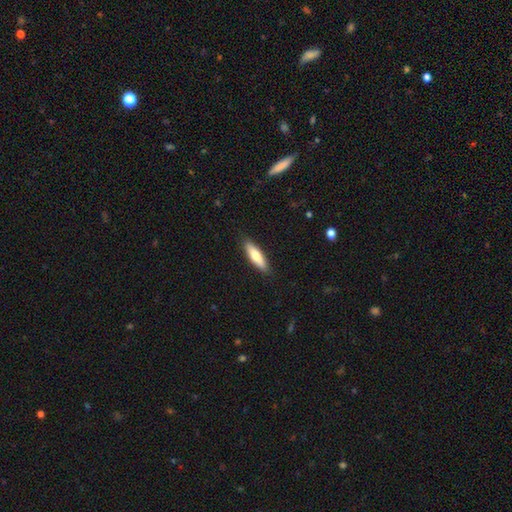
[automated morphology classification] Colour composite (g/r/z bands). It shows a smooth galaxy with no disk features (71%) that is cigar-shaped (63%). Merging: none (88%).